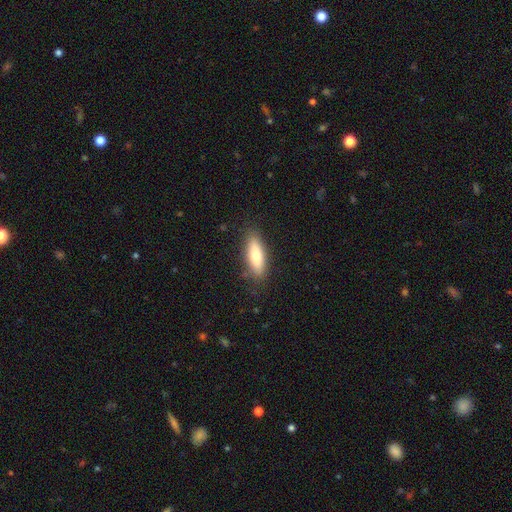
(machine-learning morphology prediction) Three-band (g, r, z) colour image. It shows a smooth galaxy with no disk features (71%) that is in between round and cigar-shaped (55%). Merging: none (84%).